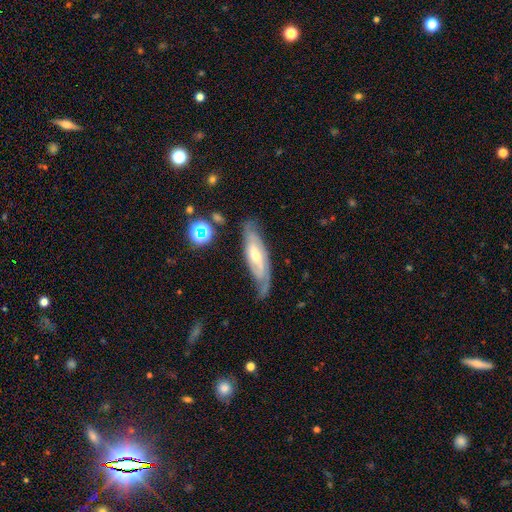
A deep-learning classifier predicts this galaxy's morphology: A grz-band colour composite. It shows a featured or disk galaxy (78%) with a weak bar (42%), 2 (58%) tight (46%) spiral arms (91%) and a moderate central bulge (58%). Merging: none (67%).